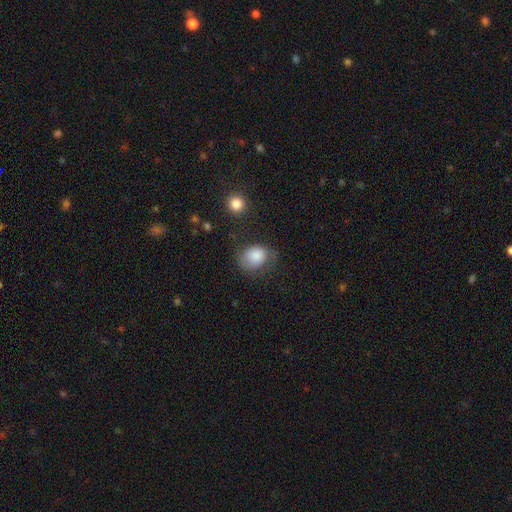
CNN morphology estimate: Overall: smooth (81%). How rounded: in between (52%; round 47%). Merging: none (51%; minor disturbance 30%).